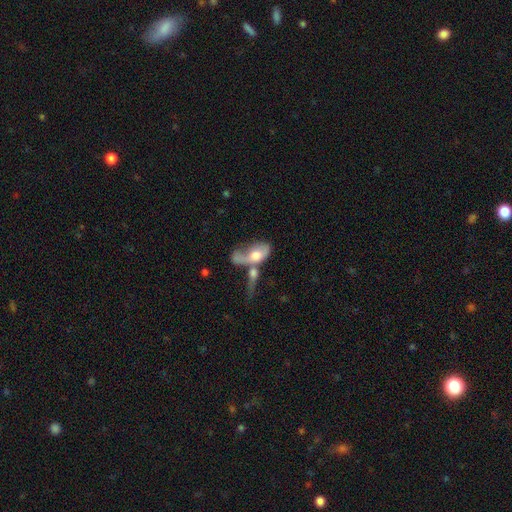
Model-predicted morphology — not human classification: Overall: smooth (54%; featured or disk 39%). How rounded: in between (83%). Merging: merger (62%).